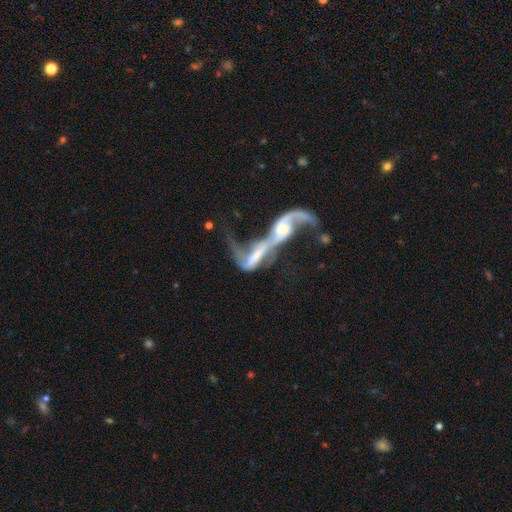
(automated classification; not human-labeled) smooth_or_featured: featured or disk (p=0.70) [alt: smooth p=0.23]
disk_edge_on: no (p=0.87) [alt: yes p=0.13]
bar: no (p=0.47) [alt: weak p=0.29]
has_spiral_arms: yes (p=0.69) [alt: no p=0.31]
bulge_size: moderate (p=0.39) [alt: small p=0.32]
merging: merger (p=0.82) [alt: major disturbance p=0.10]